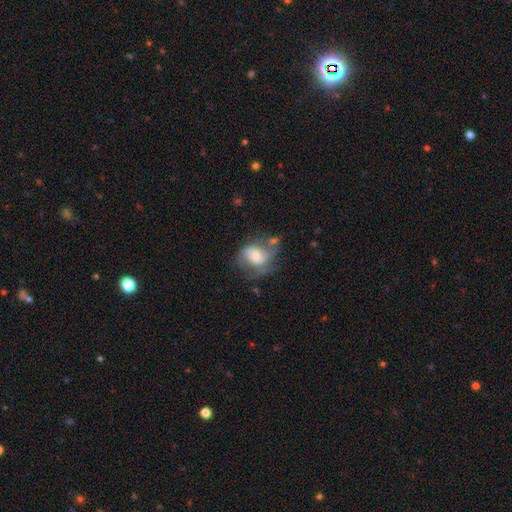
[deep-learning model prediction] Overall: featured or disk (62%; smooth 30%). Edge-on disk: no (97%). Bar: no (48%; weak 42%). Spiral arms: yes (81%). Bulge size: moderate (53%; small 29%). Merging: none (43%; minor disturbance 26%).